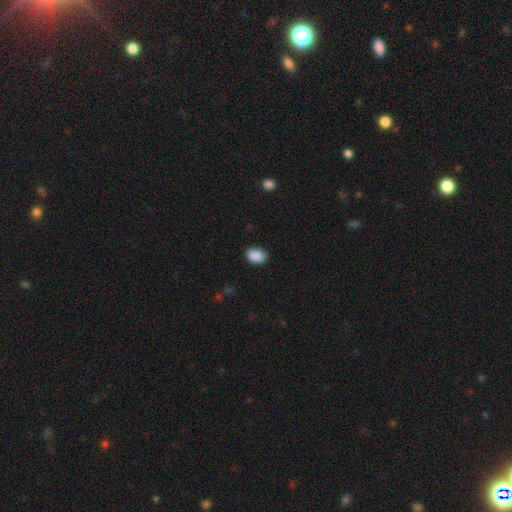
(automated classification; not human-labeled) A smooth galaxy with no disk features (90%) that is in between round and cigar-shaped (76%). Merging: none (87%).